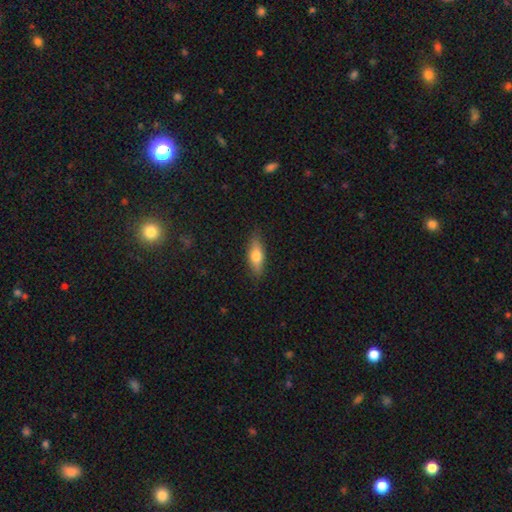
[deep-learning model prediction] This is likely a smooth galaxy (64%). How rounded: likely in between (60%). Merging: clearly none (85%).